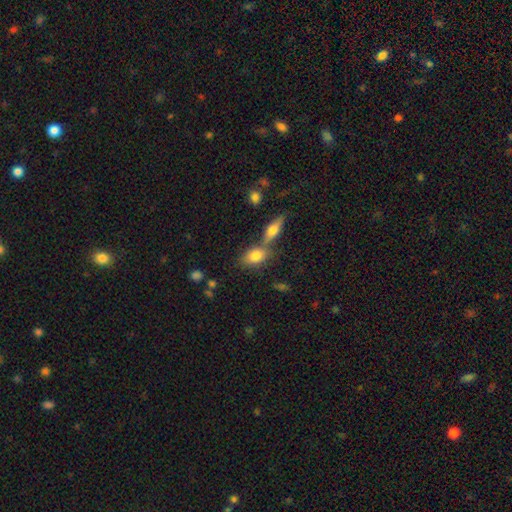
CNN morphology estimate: Q: Smooth or featured?
A: smooth (78%); runner-up: featured or disk (14%)
Q: How rounded?
A: in between (83%); runner-up: round (12%)
Q: Merging?
A: none (51%); runner-up: merger (34%)